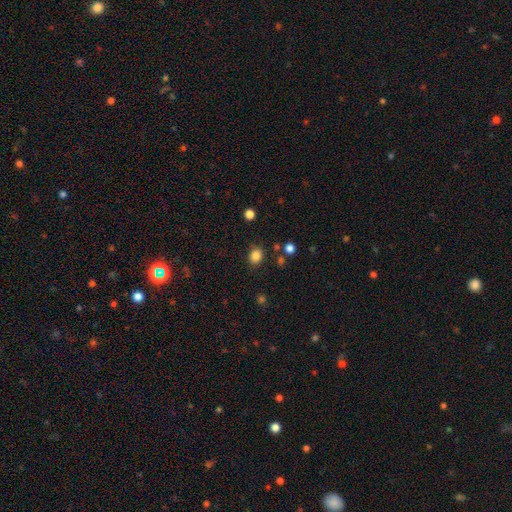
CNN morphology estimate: type=smooth (84%); roundness=round (58%); merging=none (83%).